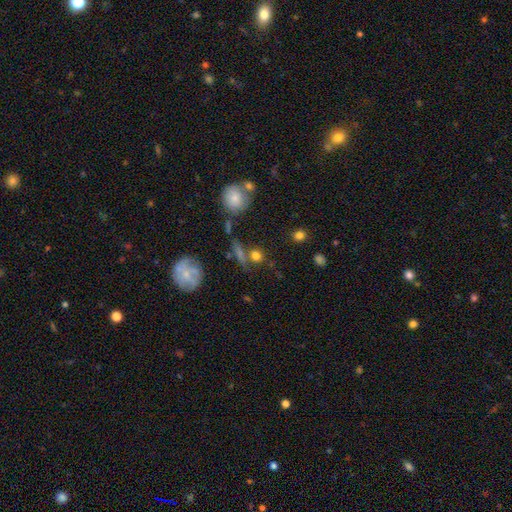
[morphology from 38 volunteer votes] smooth_or_featured: smooth (p=0.79) [alt: featured or disk p=0.13]
how_rounded: round (p=0.97) [alt: in between p=0.03]
merging: none (p=0.80) [alt: minor disturbance p=0.09]